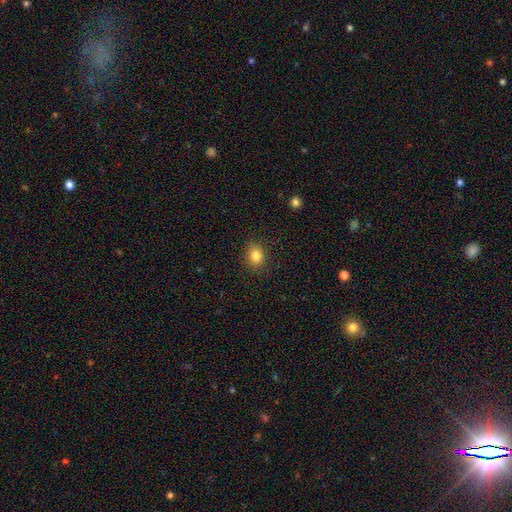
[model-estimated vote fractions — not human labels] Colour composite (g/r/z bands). It shows a smooth galaxy with no disk features (83%) that is round (63%). Merging: none (88%).